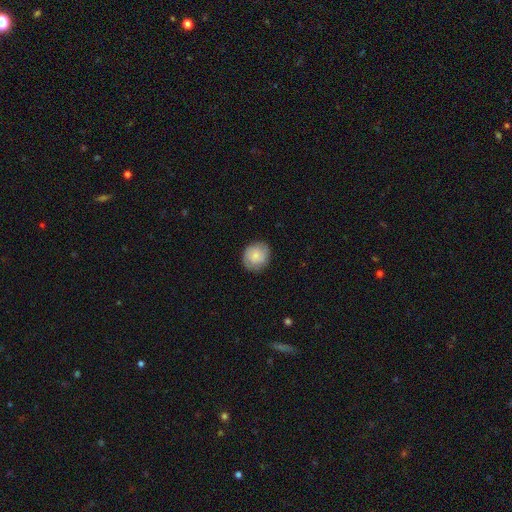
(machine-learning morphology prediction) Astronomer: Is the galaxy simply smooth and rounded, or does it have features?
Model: smooth — 77%.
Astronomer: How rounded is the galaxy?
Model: round — 81%.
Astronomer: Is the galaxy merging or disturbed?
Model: none — 83%.